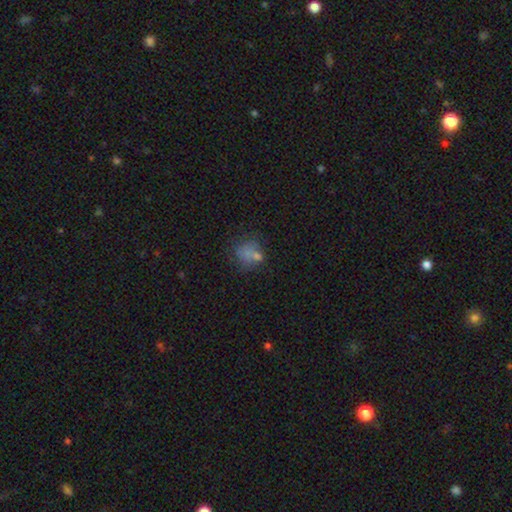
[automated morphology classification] Smooth or featured?
  - smooth: 66% *
  - star or artifact: 17%
  - featured or disk: 17%
How rounded?
  - round: 70% *
  - in between: 29%
  - cigar-shaped: 1%
Merging?
  - none: 50% *
  - minor disturbance: 19%
  - merger: 19%
  - major disturbance: 12%